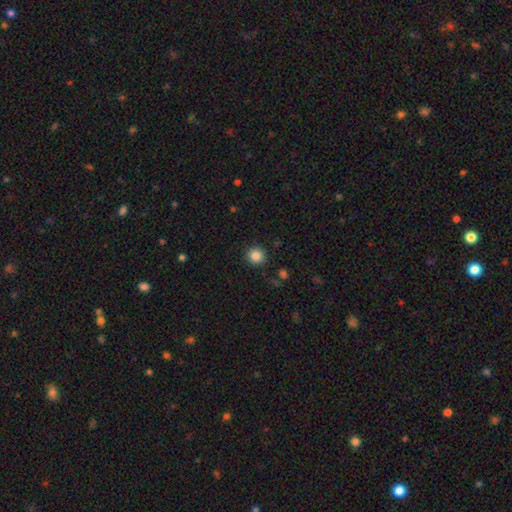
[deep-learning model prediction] Smooth or featured? Predicted: smooth (p=0.86). How rounded? Predicted: round (p=0.94). Merging? Predicted: none (p=0.90).